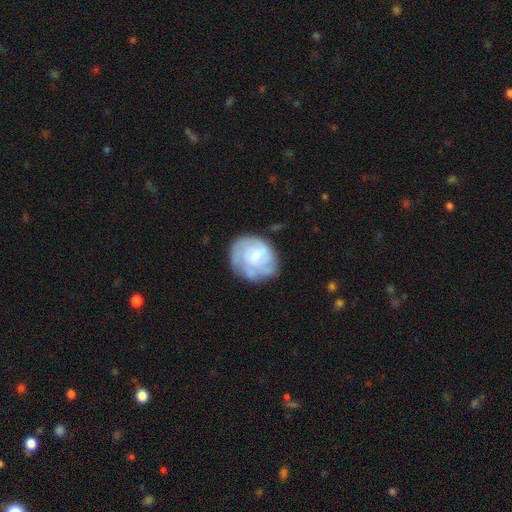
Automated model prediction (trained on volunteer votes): Overall: featured or disk (60%; smooth 33%). Edge-on disk: no (98%). Bar: no (66%; weak 29%). Spiral arms: yes (78%). Bulge size: small (65%). Merging: none (61%; minor disturbance 24%).